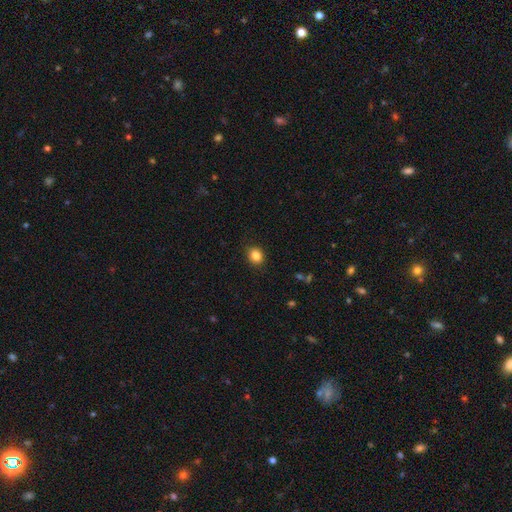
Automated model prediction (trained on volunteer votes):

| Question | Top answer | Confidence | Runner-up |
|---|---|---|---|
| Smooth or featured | smooth | 85% | star or artifact (10%) |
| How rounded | round | 65% | in between (34%) |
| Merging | none | 88% | minor disturbance (9%) |